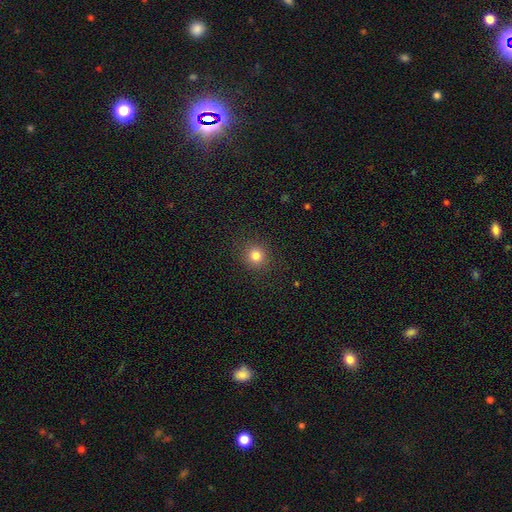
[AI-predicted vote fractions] Smooth or featured? smooth (82%)
How rounded? round (91%)
Merging? none (90%)